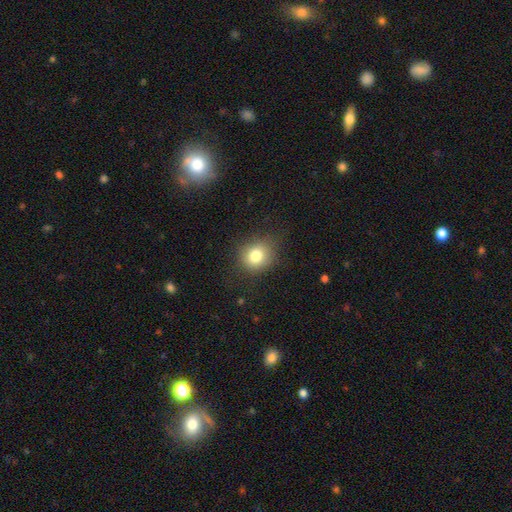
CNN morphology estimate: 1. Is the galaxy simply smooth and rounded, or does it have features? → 79% smooth, 12% star or artifact, 9% featured or disk.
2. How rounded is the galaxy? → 76% round, 23% in between, 1% cigar-shaped.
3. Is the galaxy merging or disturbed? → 78% none, 15% minor disturbance, 5% major disturbance, 1% merger.